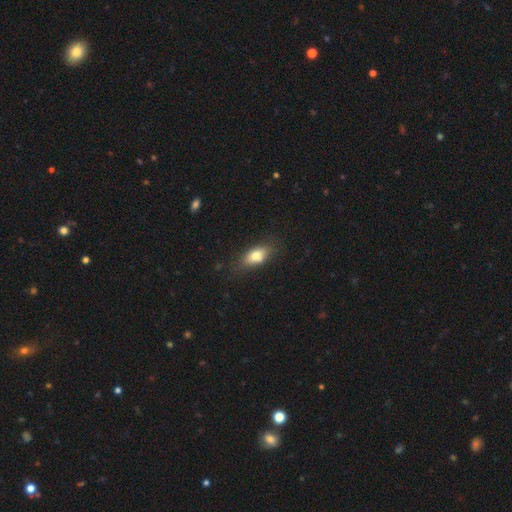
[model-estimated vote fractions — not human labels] smooth-or-featured: smooth: 77% | featured or disk: 14% | star or artifact: 8%
  how-rounded: in between: 83% | cigar-shaped: 10% | round: 7%
  merging: none: 75% | minor disturbance: 18% | major disturbance: 5% | merger: 2%